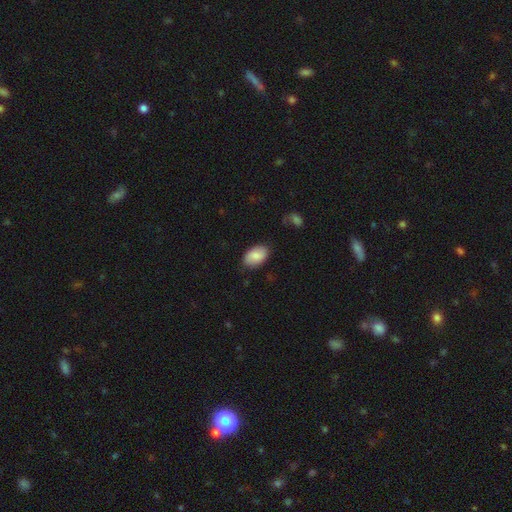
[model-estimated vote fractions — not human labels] Smooth or featured: smooth — 83% (featured or disk — 11%)
How rounded: in between — 93% (round — 6%)
Merging: none — 83% (minor disturbance — 13%)